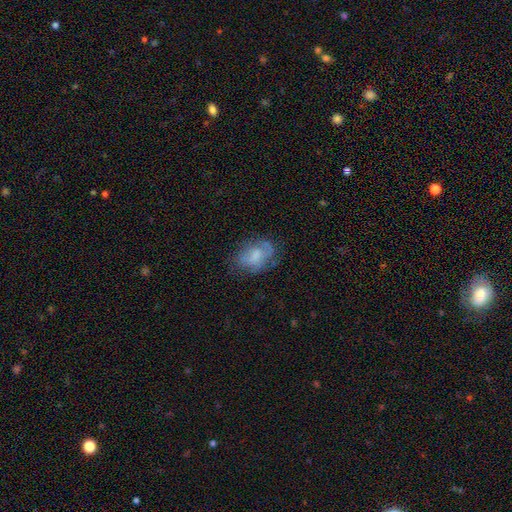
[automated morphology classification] Smooth or featured?
  - smooth: 55% *
  - featured or disk: 36%
  - star or artifact: 9%
How rounded?
  - in between: 83% *
  - round: 15%
  - cigar-shaped: 2%
Merging?
  - none: 55% *
  - minor disturbance: 27%
  - major disturbance: 15%
  - merger: 3%